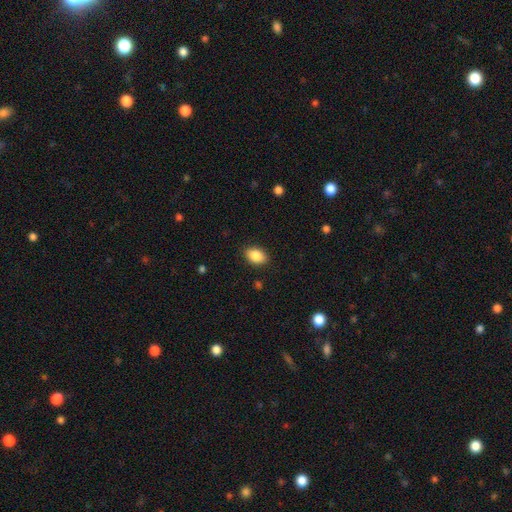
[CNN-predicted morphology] This appears to be a smooth galaxy with no disk features (86%) that is in between round and cigar-shaped (83%). Merging: none (87%).